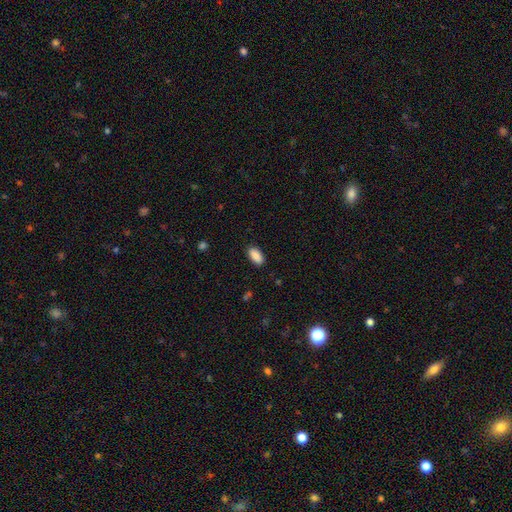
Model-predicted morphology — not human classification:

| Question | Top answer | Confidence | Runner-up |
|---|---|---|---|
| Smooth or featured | smooth | 90% | star or artifact (7%) |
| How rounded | in between | 91% | cigar-shaped (6%) |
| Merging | none | 88% | minor disturbance (9%) |